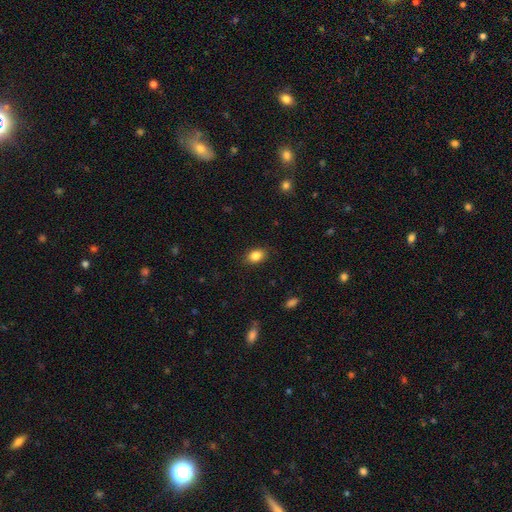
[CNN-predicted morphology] The model was most divided on "how rounded": in between: 76%, round: 22%, cigar-shaped: 1%. More confident: merging — none (86%); smooth or featured — smooth (86%).